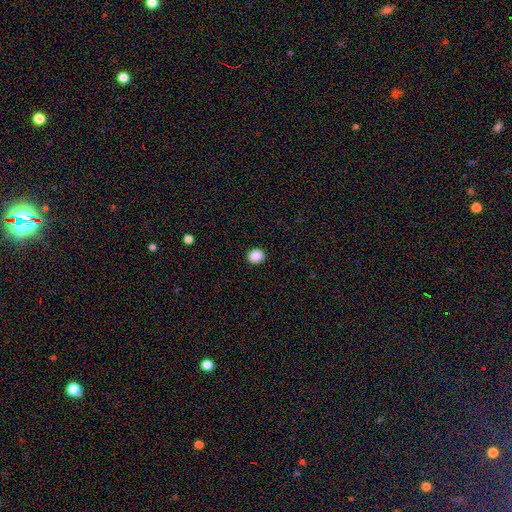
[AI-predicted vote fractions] This is clearly a smooth galaxy (89%). How rounded: likely round (69%). Merging: clearly none (91%).